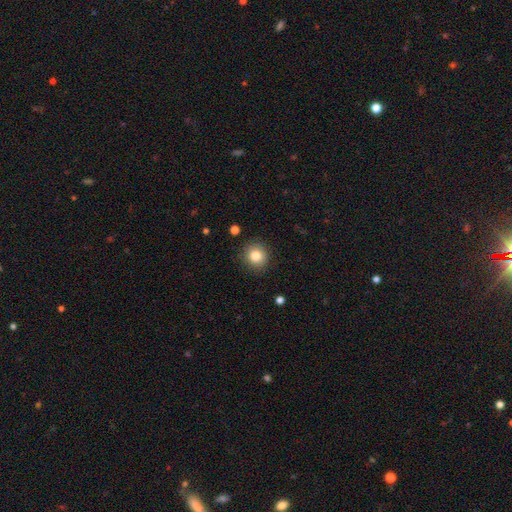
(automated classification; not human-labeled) This is clearly a smooth galaxy (84%). How rounded: clearly round (89%). Merging: clearly none (89%).